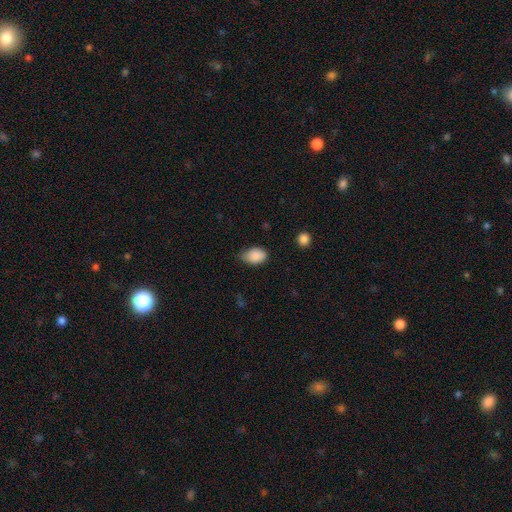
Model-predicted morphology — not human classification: The model was most divided on "merging": none: 55%, minor disturbance: 37%, major disturbance: 6%, merger: 2%. More confident: smooth or featured — smooth (88%); how rounded — in between (84%).